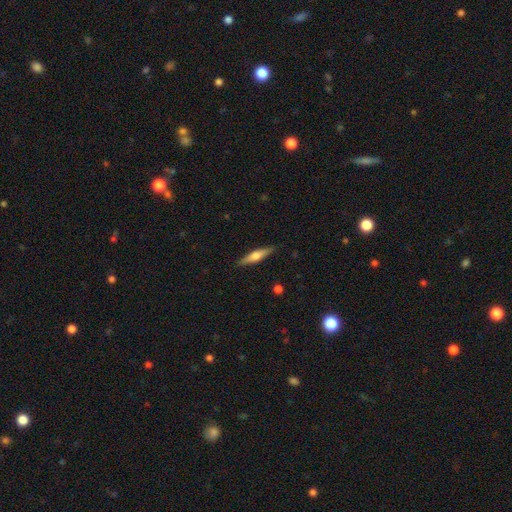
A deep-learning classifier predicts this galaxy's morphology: A featured or disk galaxy (57%) viewed edge-on (97%) with a rounded central bulge (88%).

Vote fractions:
- Smooth or featured? featured or disk: 57% / smooth: 37% / star or artifact: 6%
- Edge-on disk? yes: 97% / no: 3%
- Edge-on bulge? rounded: 88% / boxy: 8% / none: 4%
- Merging? none: 90% / minor disturbance: 8% / major disturbance: 2% / merger: 1%